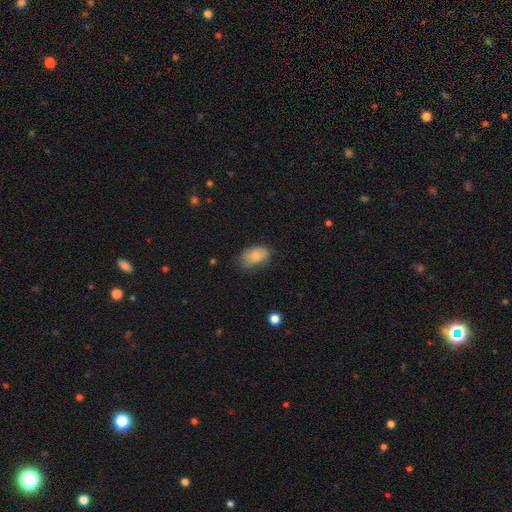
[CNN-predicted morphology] Smooth or featured? Predicted: smooth (p=0.78). How rounded? Predicted: in between (p=0.87). Merging? Predicted: none (p=0.59).